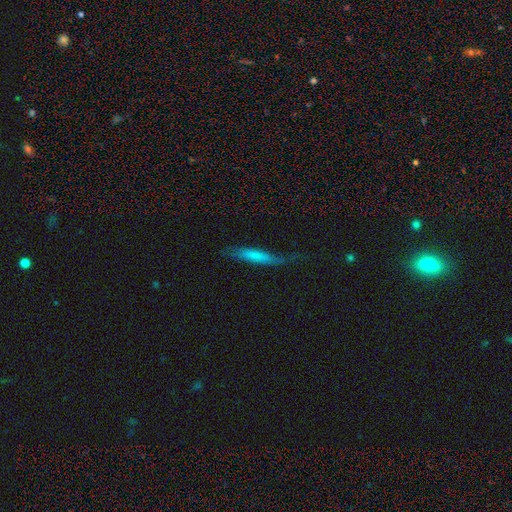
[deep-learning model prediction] Morphology: type=smooth (59%); roundness=cigar-shaped (86%); merging=none (50%).